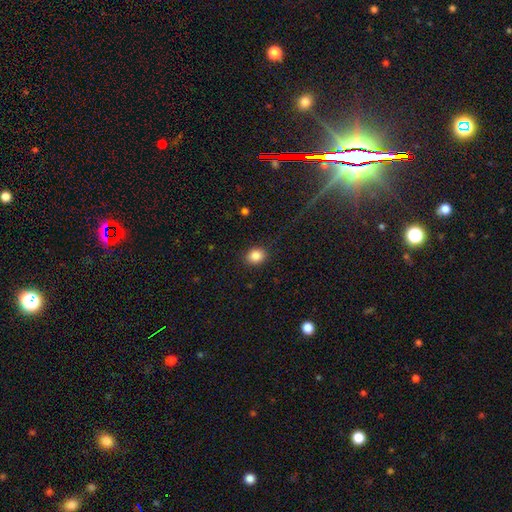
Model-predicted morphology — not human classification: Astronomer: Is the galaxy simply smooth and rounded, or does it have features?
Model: smooth — 86%.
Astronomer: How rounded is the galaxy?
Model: round — 60% (runner-up: in between, 39%).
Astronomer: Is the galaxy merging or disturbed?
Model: none — 89%.